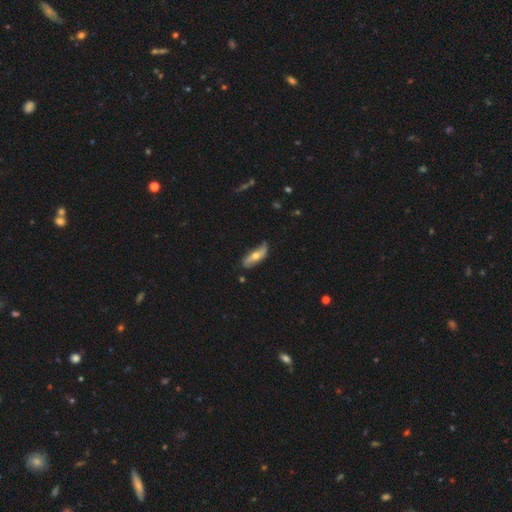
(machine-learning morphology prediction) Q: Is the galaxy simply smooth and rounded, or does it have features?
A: featured or disk — 60%.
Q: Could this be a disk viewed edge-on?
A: no — 68%.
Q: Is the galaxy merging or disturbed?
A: none — 65%.